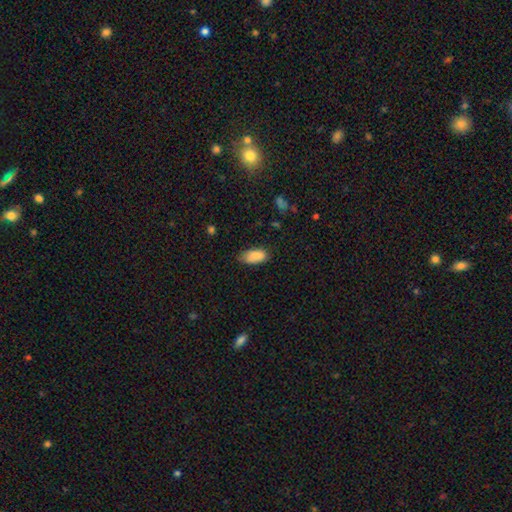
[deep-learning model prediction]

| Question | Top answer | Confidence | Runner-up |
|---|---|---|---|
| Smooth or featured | smooth | 86% | star or artifact (7%) |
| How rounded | in between | 91% | cigar-shaped (6%) |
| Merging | none | 62% | minor disturbance (31%) |